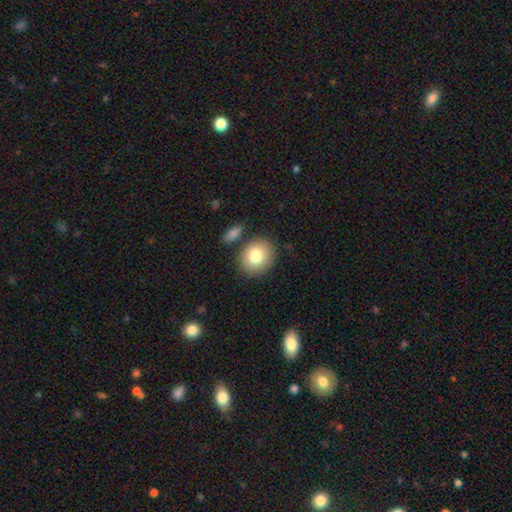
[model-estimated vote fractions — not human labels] smooth-or-featured: smooth: 80% | featured or disk: 11% | star or artifact: 9%
  how-rounded: round: 75% | in between: 24% | cigar-shaped: 1%
  merging: none: 79% | minor disturbance: 10% | merger: 8% | major disturbance: 3%